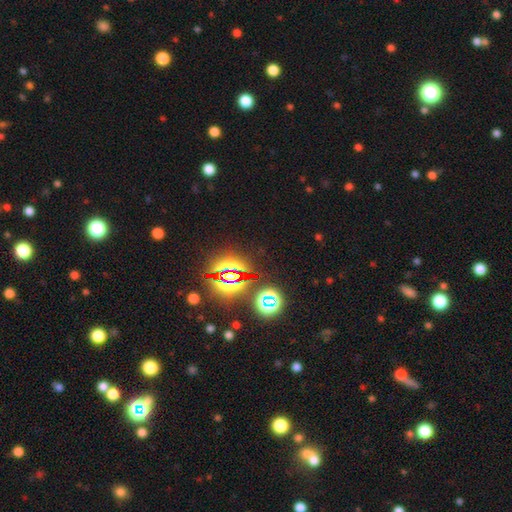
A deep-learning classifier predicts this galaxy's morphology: Smooth or featured?
  - star or artifact: 81% *
  - smooth: 12%
  - featured or disk: 7%